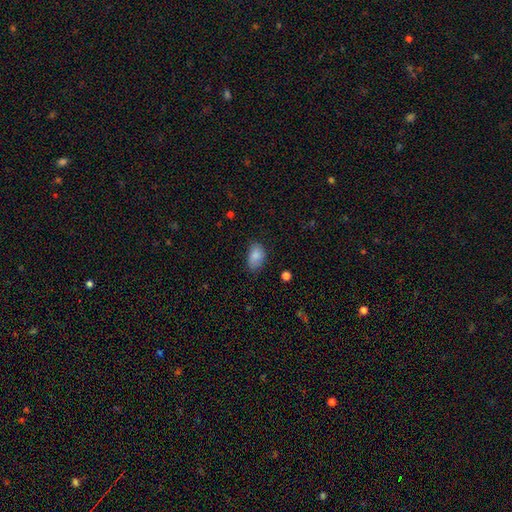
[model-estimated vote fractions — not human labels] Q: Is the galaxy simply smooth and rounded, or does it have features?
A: smooth — 85%.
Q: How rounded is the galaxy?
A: in between — 88%.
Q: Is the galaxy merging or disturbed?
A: none — 67%.